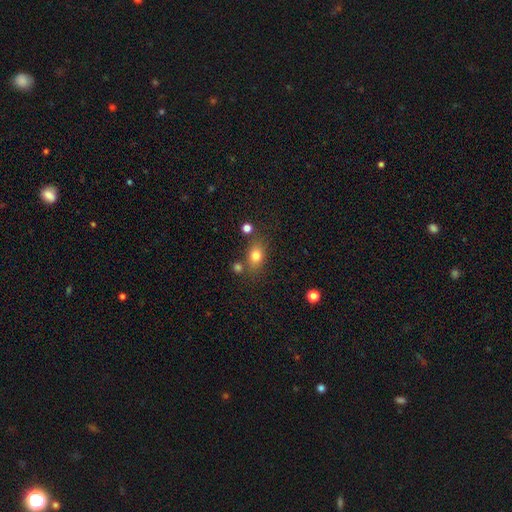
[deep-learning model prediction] The model was most divided on "how rounded": in between: 65%, round: 32%, cigar-shaped: 2%. More confident: smooth or featured — smooth (78%); merging — none (72%).